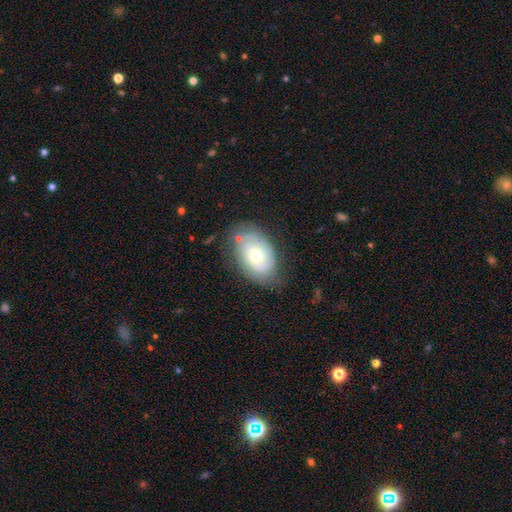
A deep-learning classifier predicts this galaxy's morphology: Smooth or featured? smooth (47%)
Merging? none (66%)